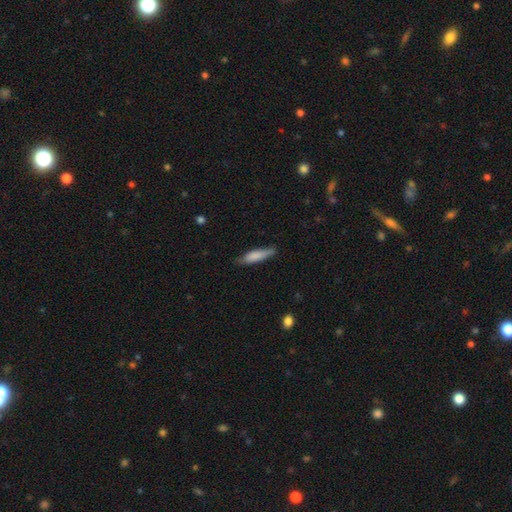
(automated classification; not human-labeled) smooth_or_featured: smooth (p=0.77) [alt: featured or disk p=0.17]
how_rounded: cigar-shaped (p=0.76) [alt: in between p=0.23]
merging: none (p=0.73) [alt: minor disturbance p=0.22]